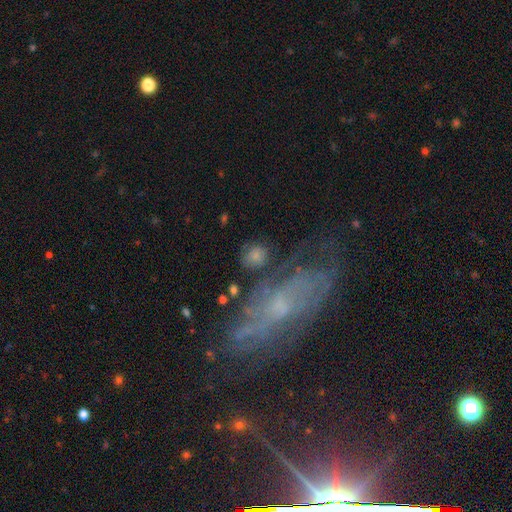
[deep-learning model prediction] Q: Smooth or featured?
A: smooth (69%); runner-up: featured or disk (19%)
Q: How rounded?
A: round (60%); runner-up: in between (38%)
Q: Merging?
A: none (65%); runner-up: minor disturbance (17%)